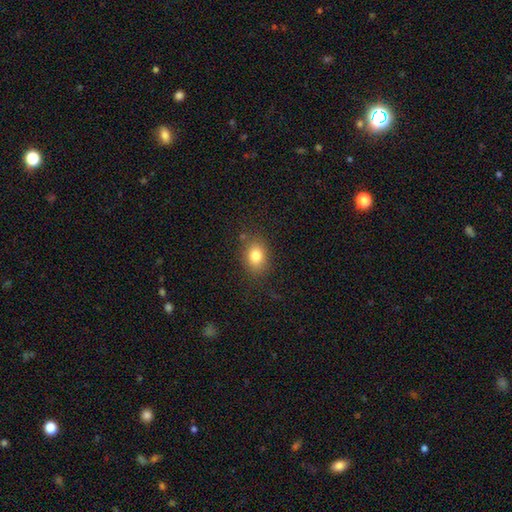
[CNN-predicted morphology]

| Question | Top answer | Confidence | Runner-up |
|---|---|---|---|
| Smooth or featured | smooth | 81% | star or artifact (10%) |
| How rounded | in between | 61% | round (38%) |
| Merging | none | 81% | minor disturbance (13%) |